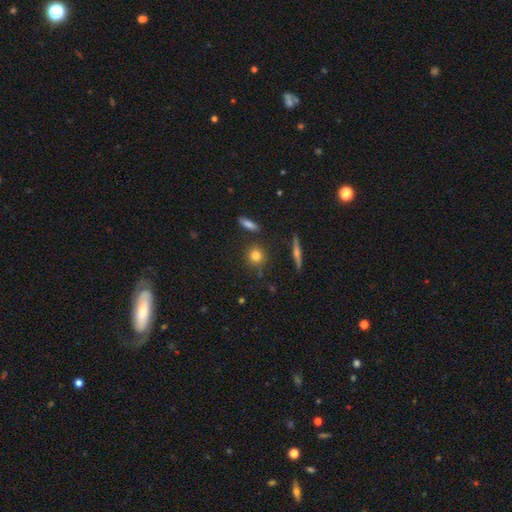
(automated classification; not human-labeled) smooth_or_featured: smooth (p=0.78) [alt: featured or disk p=0.11]
how_rounded: round (p=0.85) [alt: in between p=0.12]
merging: none (p=0.81) [alt: minor disturbance p=0.11]